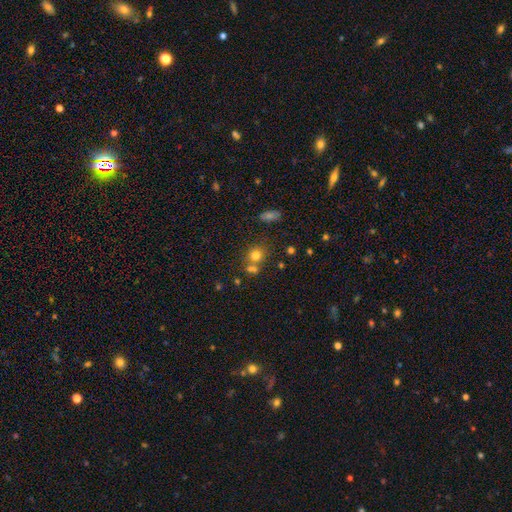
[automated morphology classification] smooth 75%, star or artifact 15%, featured or disk 10%. Down the decision tree: how rounded — round (78%); merging — none (56%).